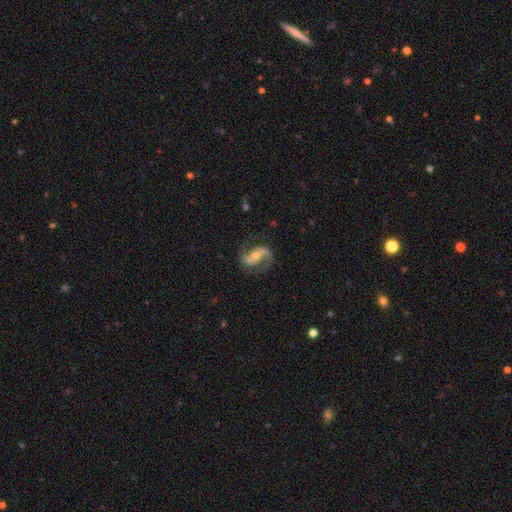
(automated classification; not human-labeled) Smooth or featured?
  - featured or disk: 84% *
  - smooth: 11%
  - star or artifact: 6%
Edge-on disk?
  - no: 96% *
  - yes: 4%
Bar?
  - strong: 37% *
  - weak: 33%
  - no: 30%
Spiral arms?
  - yes: 94% *
  - no: 6%
Spiral winding?
  - medium: 44% *
  - loose: 43%
  - tight: 14%
Spiral arm count?
  - 2: 89% *
  - 1: 4%
  - can't tell: 3%
  - 3: 1%
  - 4: 1%
  - more than 4: 1%
Bulge size?
  - moderate: 50% *
  - small: 44%
  - large: 3%
  - none: 2%
  - dominant: 1%
Merging?
  - none: 73% *
  - minor disturbance: 15%
  - major disturbance: 9%
  - merger: 2%